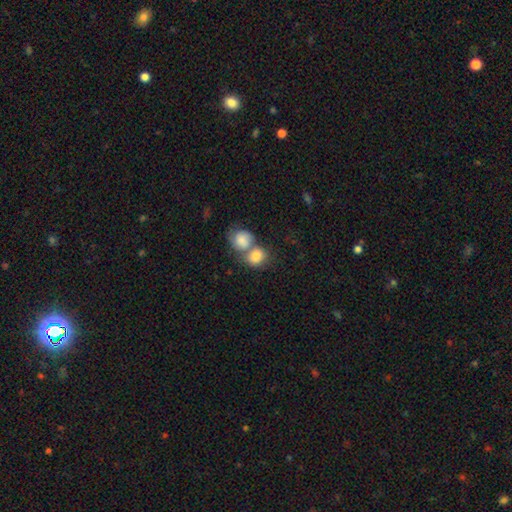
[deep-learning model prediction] Smooth or featured? smooth (81%)
How rounded? round (60%)
Merging? merger (63%)